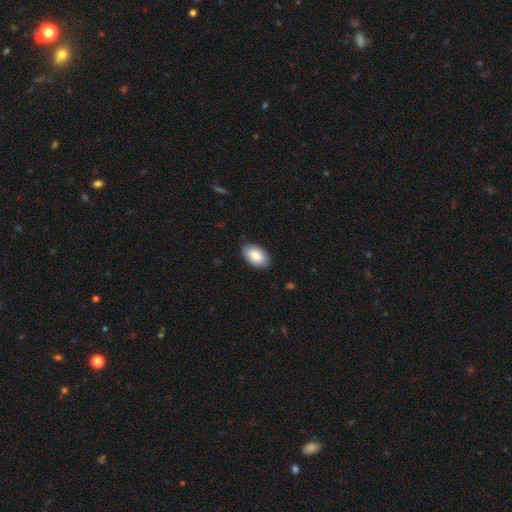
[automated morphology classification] The model was most divided on "merging": none: 85%, minor disturbance: 12%, major disturbance: 2%, merger: 1%. More confident: how rounded — in between (93%); smooth or featured — smooth (85%).